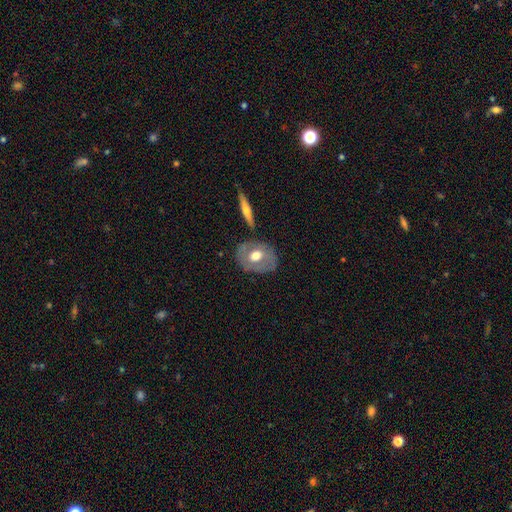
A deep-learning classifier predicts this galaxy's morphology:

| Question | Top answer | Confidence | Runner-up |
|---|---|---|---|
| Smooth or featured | featured or disk | 48% | smooth (46%) |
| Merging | none | 77% | minor disturbance (14%) |